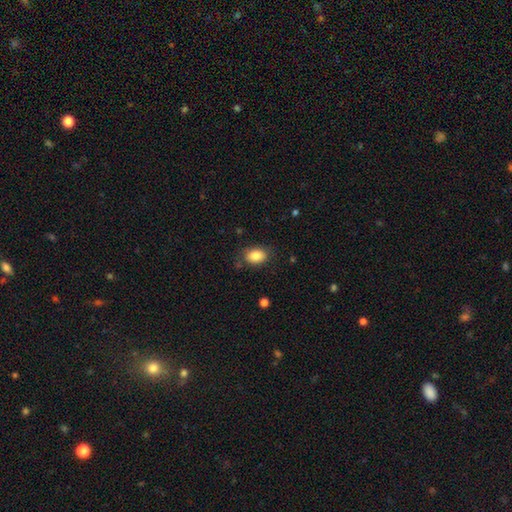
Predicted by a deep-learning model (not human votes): Overall: smooth (85%). How rounded: in between (82%). Merging: none (79%).